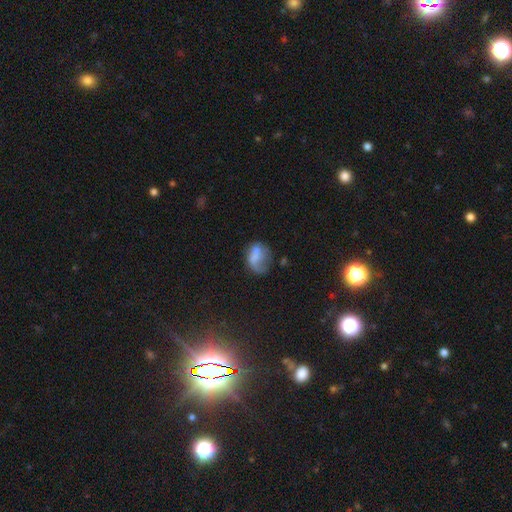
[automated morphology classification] Q: Smooth or featured?
A: smooth (58%); runner-up: featured or disk (31%)
Q: How rounded?
A: in between (65%); runner-up: round (33%)
Q: Merging?
A: major disturbance (35%); runner-up: none (30%)